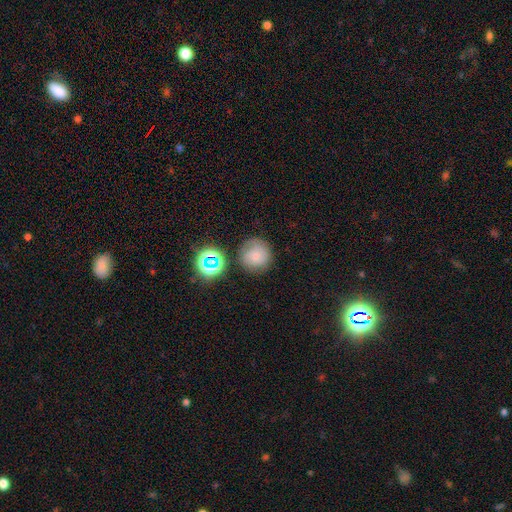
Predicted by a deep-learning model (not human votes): Smooth or featured: smooth — 68% (star or artifact — 16%)
How rounded: round — 92% (in between — 7%)
Merging: none — 74% (minor disturbance — 15%)